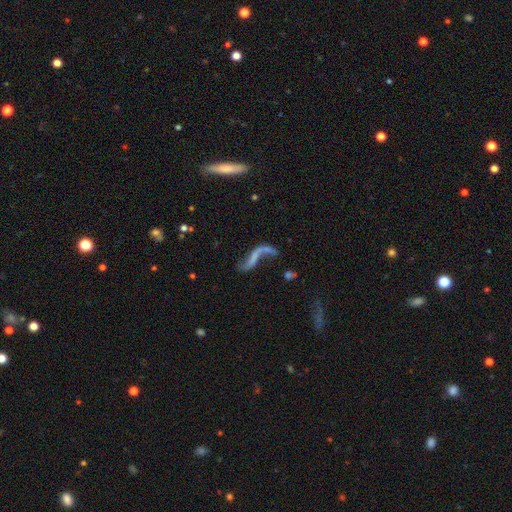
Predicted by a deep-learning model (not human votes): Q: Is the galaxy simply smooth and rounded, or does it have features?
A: featured or disk — 70%.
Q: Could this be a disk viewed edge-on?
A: no — 88%.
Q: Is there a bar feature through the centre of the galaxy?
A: no — 51%.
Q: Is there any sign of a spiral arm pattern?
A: yes — 75%.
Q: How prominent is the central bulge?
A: none — 68%.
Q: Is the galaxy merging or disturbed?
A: none — 42%.